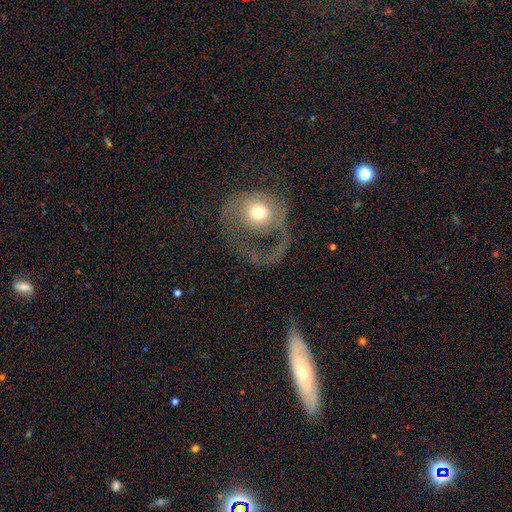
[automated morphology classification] type=featured or disk (57%); edge-on=no (94%); bar=no (80%); spiral arms=yes (53%); bulge=moderate (63%); merging=major disturbance (49%).